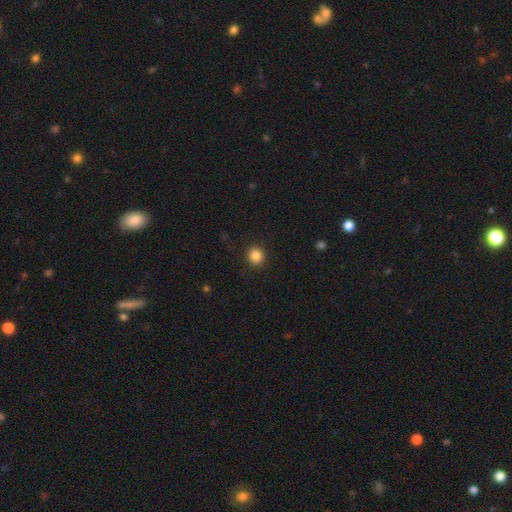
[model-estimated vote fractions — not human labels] A smooth galaxy with no disk features (85%) that is round (91%).

Vote fractions:
- Smooth or featured? smooth: 85% / star or artifact: 11% / featured or disk: 4%
- How rounded? round: 91% / in between: 8% / cigar-shaped: 1%
- Merging? none: 92% / minor disturbance: 5% / major disturbance: 2% / merger: 1%